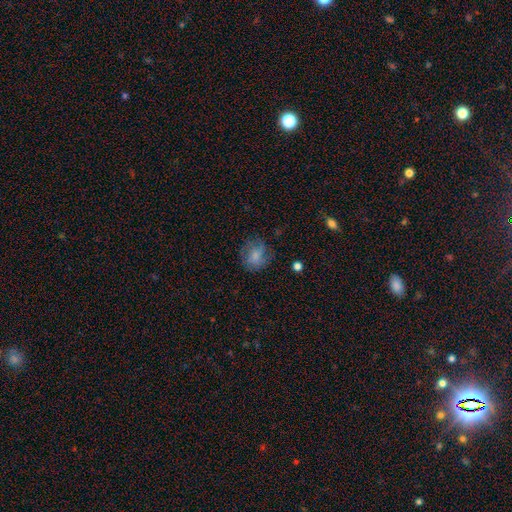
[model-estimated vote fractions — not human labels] smooth 70%, featured or disk 20%, star or artifact 9%. Down the decision tree: how rounded — round (74%); merging — none (69%).